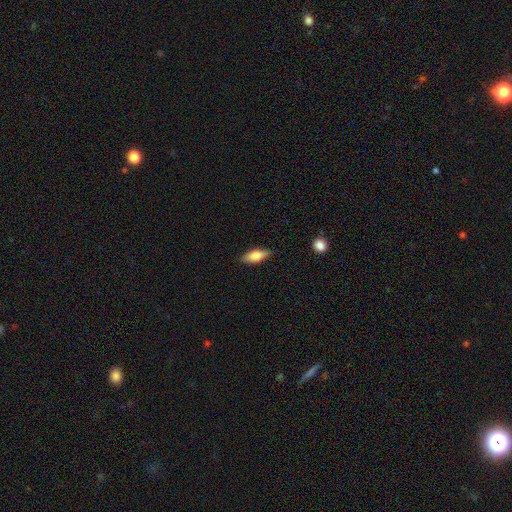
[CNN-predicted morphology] Smooth or featured: smooth — 75% (featured or disk — 18%)
How rounded: in between — 73% (cigar-shaped — 24%)
Merging: none — 84% (minor disturbance — 12%)